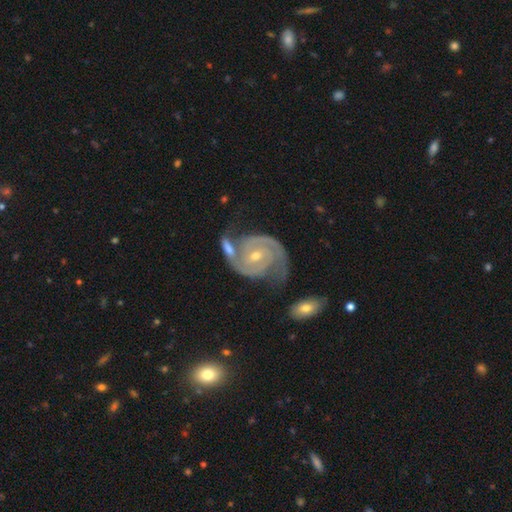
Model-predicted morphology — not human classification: Overall: featured or disk (92%). Edge-on disk: no (98%). Bar: no (49%; weak 37%). Spiral arms: yes (98%). Spiral arm count: 2 (78%). Spiral winding: tight (61%; medium 34%). Bulge size: small (55%; moderate 42%). Merging: none (52%; merger 21%).